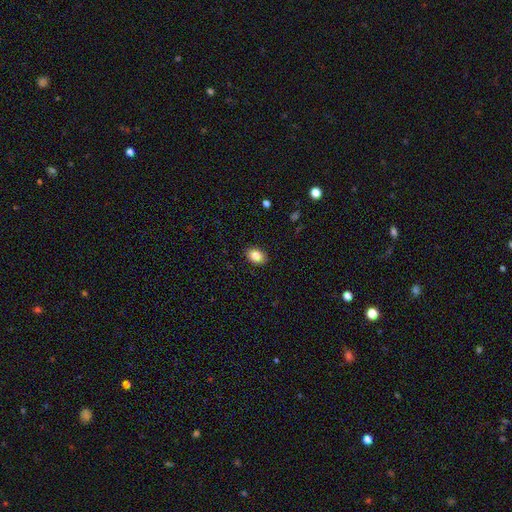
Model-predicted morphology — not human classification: This is clearly a smooth galaxy (85%). How rounded: clearly in between (80%). Merging: clearly none (89%).